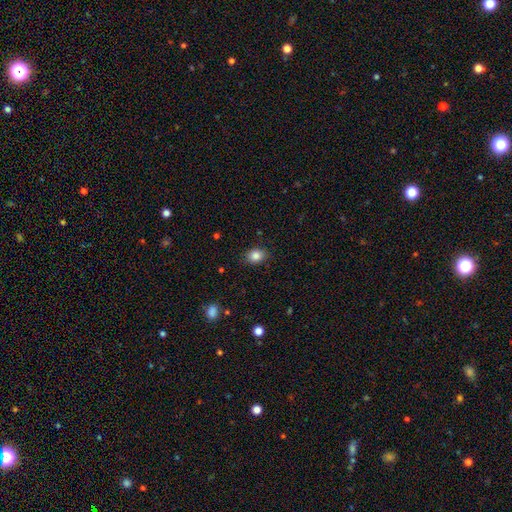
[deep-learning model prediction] Smooth or featured?
  - smooth: 85% *
  - star or artifact: 9%
  - featured or disk: 5%
How rounded?
  - in between: 60% *
  - round: 39%
  - cigar-shaped: 1%
Merging?
  - none: 86% *
  - minor disturbance: 10%
  - major disturbance: 2%
  - merger: 1%